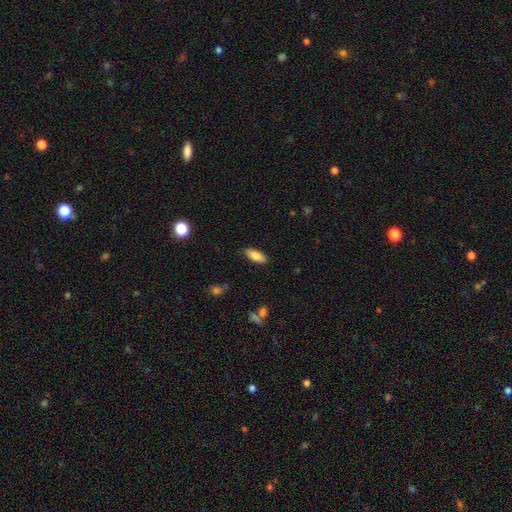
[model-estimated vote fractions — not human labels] Overall: smooth (83%). How rounded: in between (79%). Merging: none (87%).